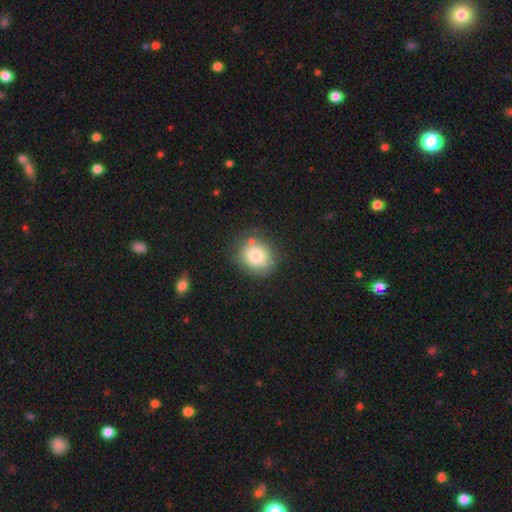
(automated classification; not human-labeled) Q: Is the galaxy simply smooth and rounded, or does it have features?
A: smooth — 80%.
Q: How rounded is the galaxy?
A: round — 67%.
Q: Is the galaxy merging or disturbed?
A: none — 72%.